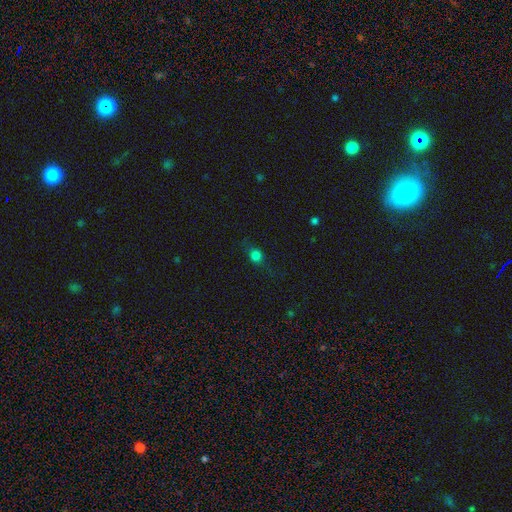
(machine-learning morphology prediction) A smooth galaxy with no disk features (73%) that is round (71%).

Vote fractions:
- Smooth or featured? smooth: 73% / star or artifact: 16% / featured or disk: 11%
- How rounded? round: 71% / in between: 26% / cigar-shaped: 3%
- Merging? none: 71% / minor disturbance: 19% / major disturbance: 9% / merger: 1%